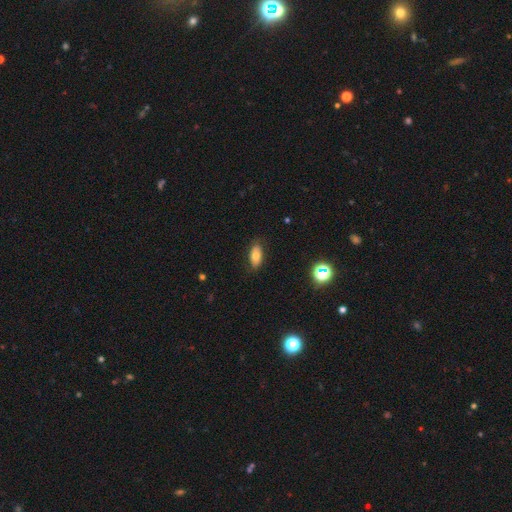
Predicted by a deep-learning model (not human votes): A smooth galaxy with no disk features (71%) that is in between round and cigar-shaped (88%). Merging: none (83%).